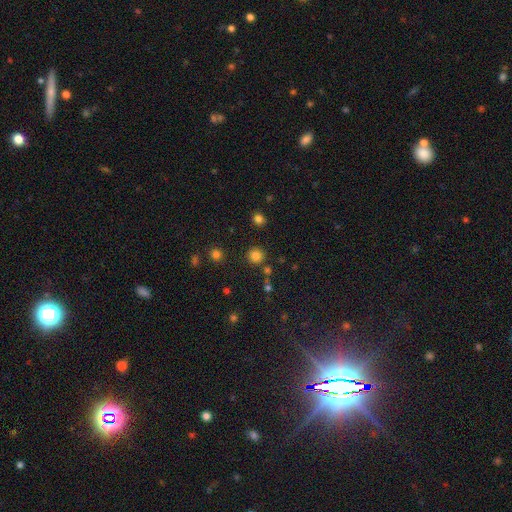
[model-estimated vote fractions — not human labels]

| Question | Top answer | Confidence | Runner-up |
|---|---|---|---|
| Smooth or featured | smooth | 81% | star or artifact (15%) |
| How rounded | round | 93% | in between (6%) |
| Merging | none | 87% | minor disturbance (6%) |